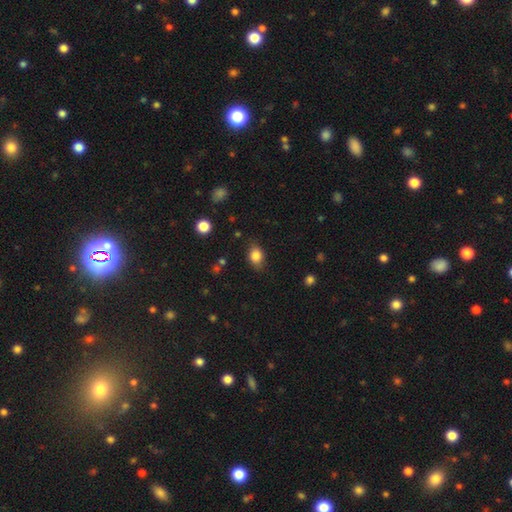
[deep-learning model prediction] Smooth or featured?
  - smooth: 84% *
  - star or artifact: 9%
  - featured or disk: 7%
How rounded?
  - in between: 72% *
  - round: 27%
  - cigar-shaped: 2%
Merging?
  - none: 77% *
  - minor disturbance: 17%
  - major disturbance: 4%
  - merger: 2%